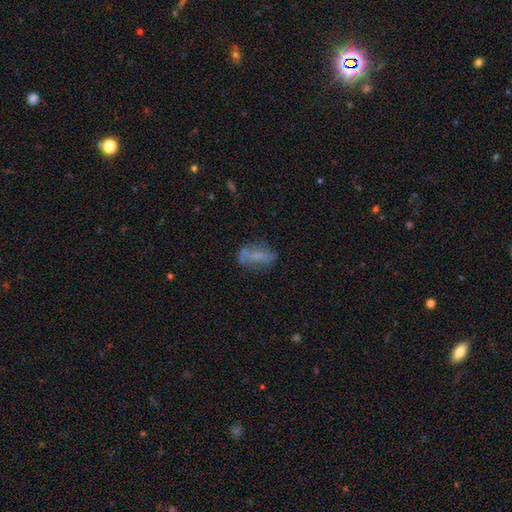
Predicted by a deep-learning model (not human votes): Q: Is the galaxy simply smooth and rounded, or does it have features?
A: smooth — 51%.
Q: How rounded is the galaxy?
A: in between — 78%.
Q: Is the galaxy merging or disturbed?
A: none — 53%.